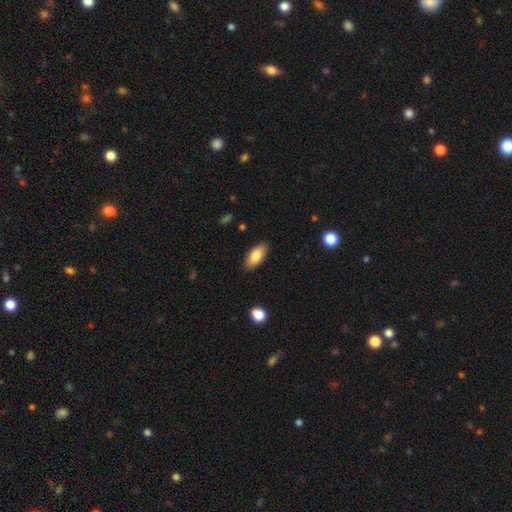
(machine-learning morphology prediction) A smooth galaxy with no disk features (83%) that is in between round and cigar-shaped (88%).

Vote fractions:
- Smooth or featured? smooth: 83% / featured or disk: 10% / star or artifact: 6%
- How rounded? in between: 88% / cigar-shaped: 10% / round: 2%
- Merging? none: 87% / minor disturbance: 10% / major disturbance: 2% / merger: 1%